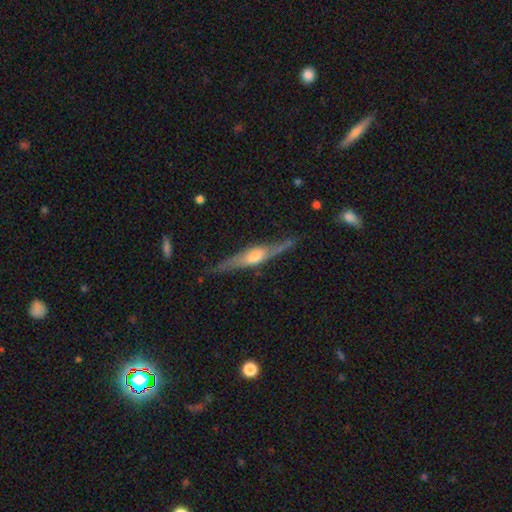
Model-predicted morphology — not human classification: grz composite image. It shows a featured or disk galaxy (72%) viewed edge-on (92%) with a rounded central bulge (80%). Merging: none (78%).